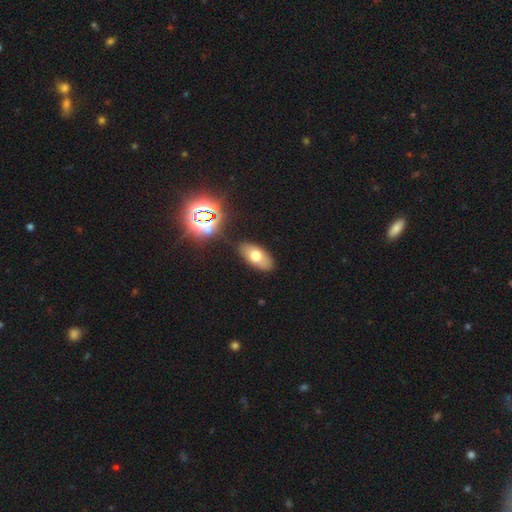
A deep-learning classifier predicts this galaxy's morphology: smooth_or_featured: smooth (p=0.66) [alt: featured or disk p=0.21]
how_rounded: in between (p=0.91) [alt: round p=0.05]
merging: none (p=0.82) [alt: minor disturbance p=0.12]